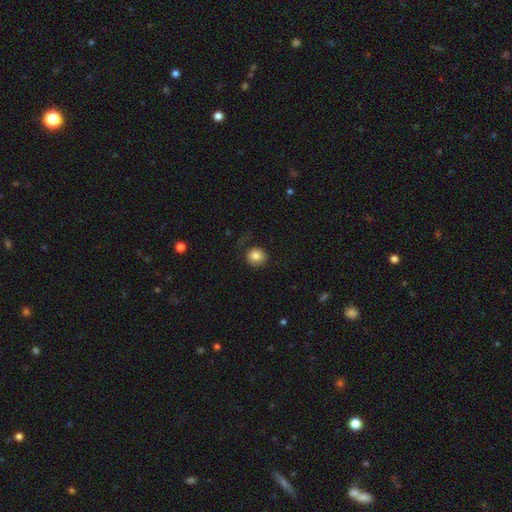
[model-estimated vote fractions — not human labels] A smooth galaxy with no disk features (82%) that is round (90%).

Vote fractions:
- Smooth or featured? smooth: 82% / star or artifact: 9% / featured or disk: 8%
- How rounded? round: 90% / in between: 9% / cigar-shaped: 1%
- Merging? none: 78% / minor disturbance: 13% / major disturbance: 7% / merger: 2%